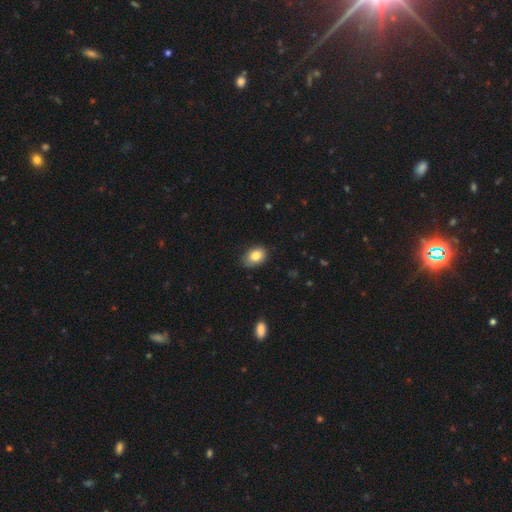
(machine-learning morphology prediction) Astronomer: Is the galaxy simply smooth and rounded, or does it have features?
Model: smooth — 83%.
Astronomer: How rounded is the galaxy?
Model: in between — 78%.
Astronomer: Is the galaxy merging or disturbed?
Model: none — 78%.